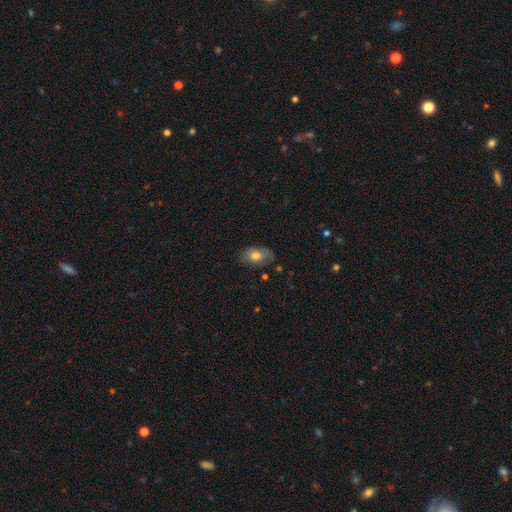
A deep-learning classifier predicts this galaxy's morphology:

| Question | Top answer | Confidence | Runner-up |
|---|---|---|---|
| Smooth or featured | smooth | 72% | featured or disk (20%) |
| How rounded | in between | 89% | round (9%) |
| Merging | none | 69% | minor disturbance (23%) |